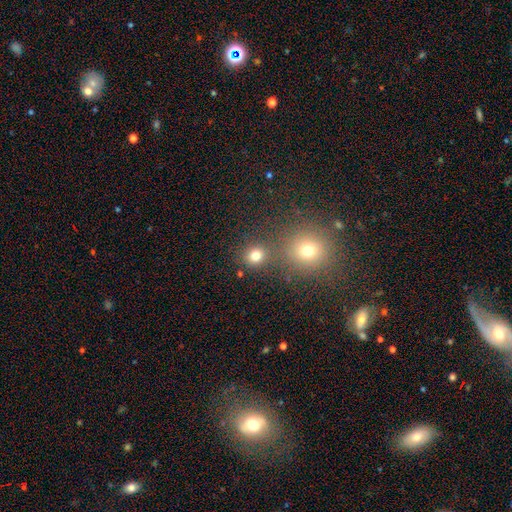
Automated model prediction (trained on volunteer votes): Smooth or featured? smooth (77%)
How rounded? round (85%)
Merging? none (73%)